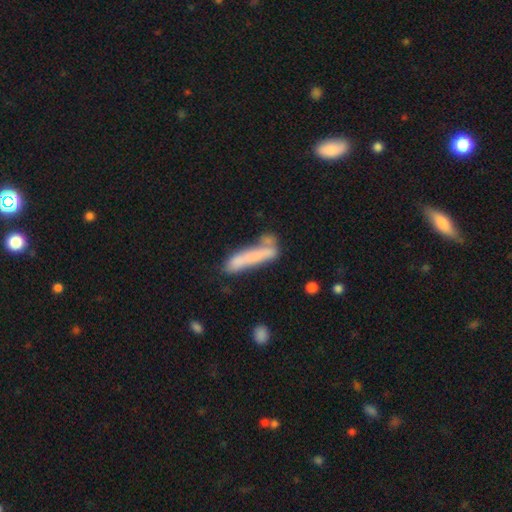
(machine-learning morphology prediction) This appears to be a smooth galaxy with no disk features (67%) that is cigar-shaped (87%). Merging: none (44%).